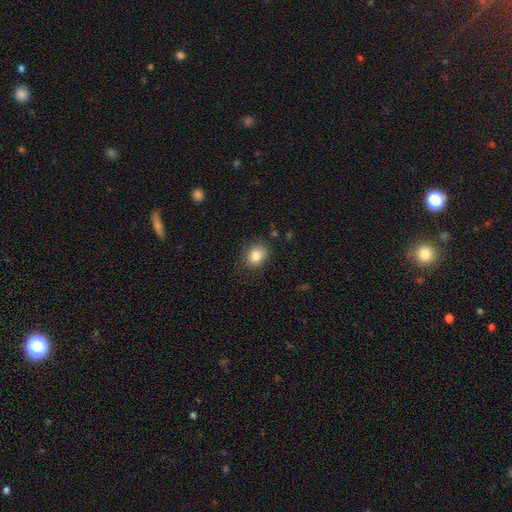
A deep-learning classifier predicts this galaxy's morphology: Overall: smooth (84%). How rounded: round (55%; in between 44%). Merging: none (82%).